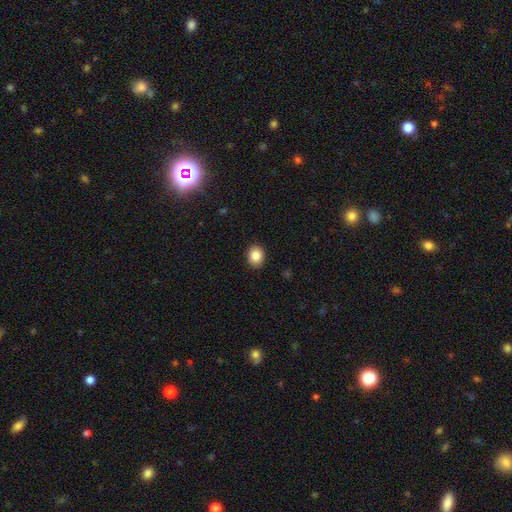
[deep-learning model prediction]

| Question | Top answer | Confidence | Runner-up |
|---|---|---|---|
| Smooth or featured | smooth | 85% | star or artifact (9%) |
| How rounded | round | 53% | in between (46%) |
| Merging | none | 91% | minor disturbance (6%) |